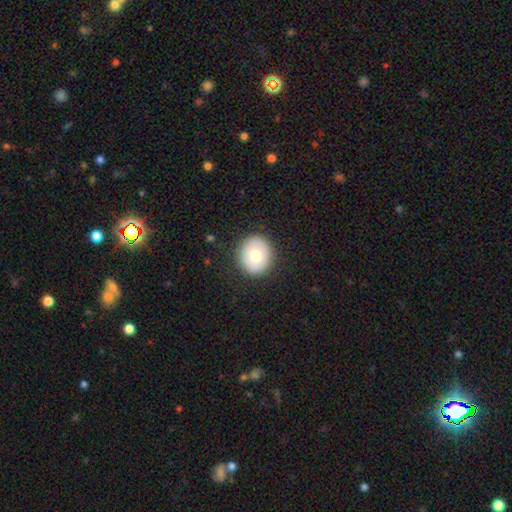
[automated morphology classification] type=smooth (71%); roundness=round (78%); merging=none (88%).